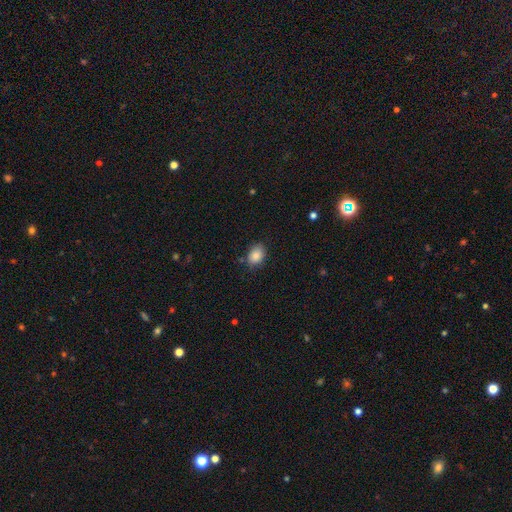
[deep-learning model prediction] smooth 86%, star or artifact 8%, featured or disk 5%. Down the decision tree: how rounded — in between (76%); merging — none (78%).